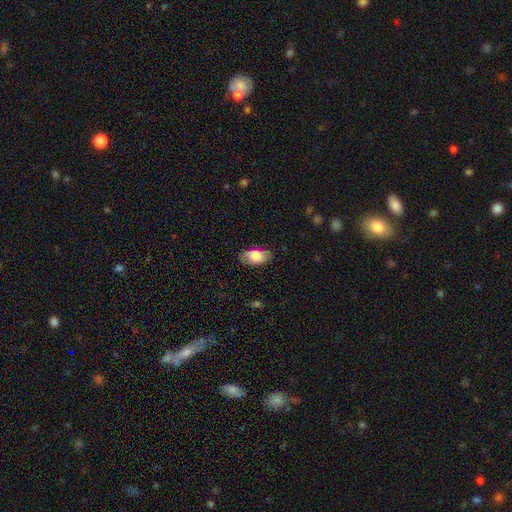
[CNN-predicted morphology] Smooth or featured?
  - smooth: 79% *
  - featured or disk: 14%
  - star or artifact: 7%
How rounded?
  - in between: 94% *
  - round: 4%
  - cigar-shaped: 3%
Merging?
  - none: 80% *
  - minor disturbance: 15%
  - major disturbance: 4%
  - merger: 1%